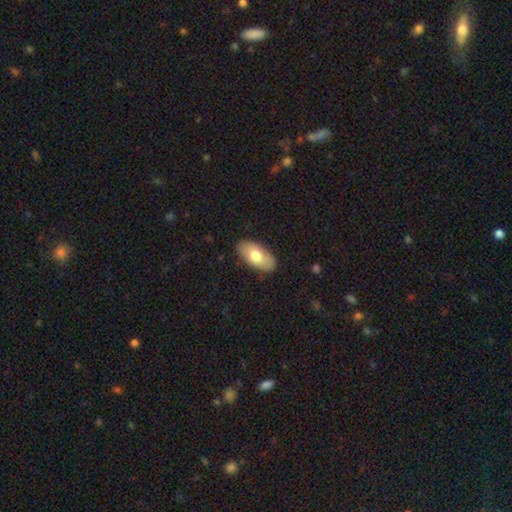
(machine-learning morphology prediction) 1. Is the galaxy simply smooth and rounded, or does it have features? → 72% smooth, 23% featured or disk, 6% star or artifact.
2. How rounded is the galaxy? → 94% in between, 3% cigar-shaped, 3% round.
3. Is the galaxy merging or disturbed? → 87% none, 10% minor disturbance, 2% major disturbance, 1% merger.